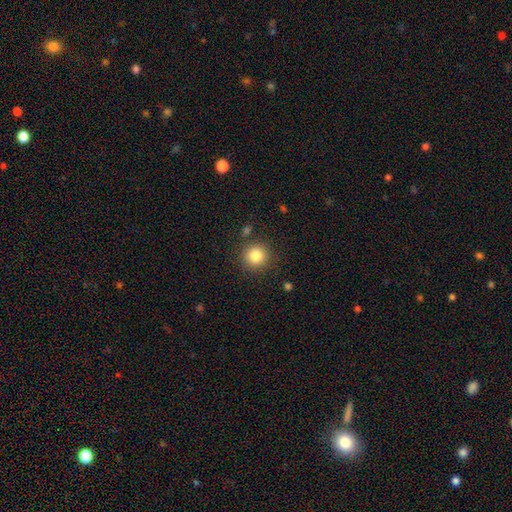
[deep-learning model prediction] Q: Smooth or featured?
A: smooth (83%); runner-up: star or artifact (11%)
Q: How rounded?
A: round (93%); runner-up: in between (6%)
Q: Merging?
A: none (86%); runner-up: minor disturbance (8%)